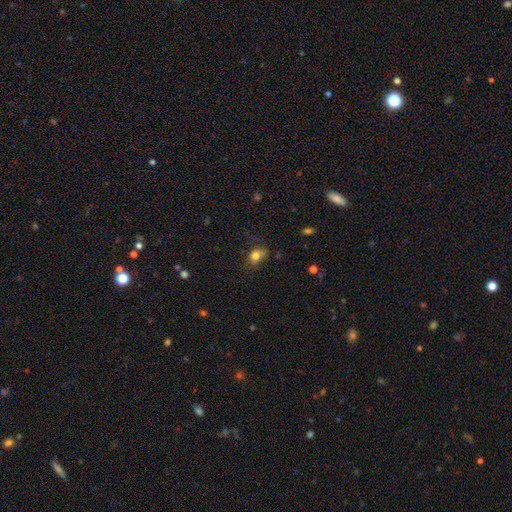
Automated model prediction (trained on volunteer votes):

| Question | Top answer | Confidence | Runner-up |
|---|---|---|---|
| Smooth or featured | smooth | 78% | star or artifact (12%) |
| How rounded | in between | 53% | round (45%) |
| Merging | none | 53% | minor disturbance (28%) |